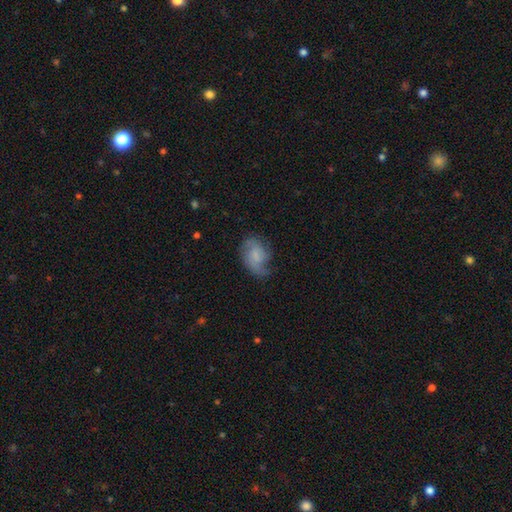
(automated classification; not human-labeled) smooth_or_featured: smooth (p=0.47) [alt: featured or disk p=0.45]
merging: none (p=0.51) [alt: minor disturbance p=0.30]